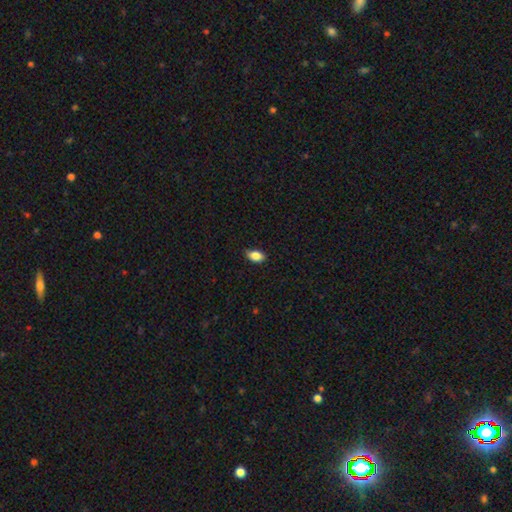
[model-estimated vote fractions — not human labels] Overall: smooth (86%). How rounded: in between (88%). Merging: none (83%).